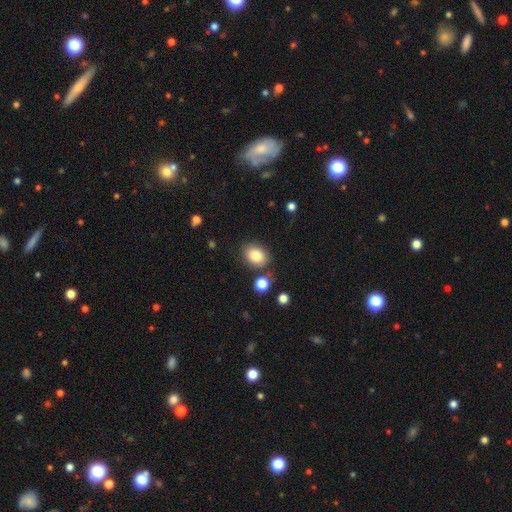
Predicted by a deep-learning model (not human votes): Overall: smooth (84%). How rounded: in between (63%; round 36%). Merging: none (78%).